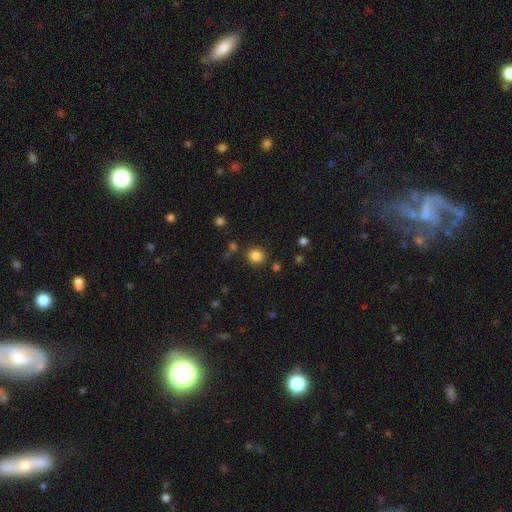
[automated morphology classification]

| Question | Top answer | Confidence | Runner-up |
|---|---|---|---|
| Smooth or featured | smooth | 84% | star or artifact (12%) |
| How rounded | round | 91% | in between (8%) |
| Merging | none | 86% | minor disturbance (7%) |